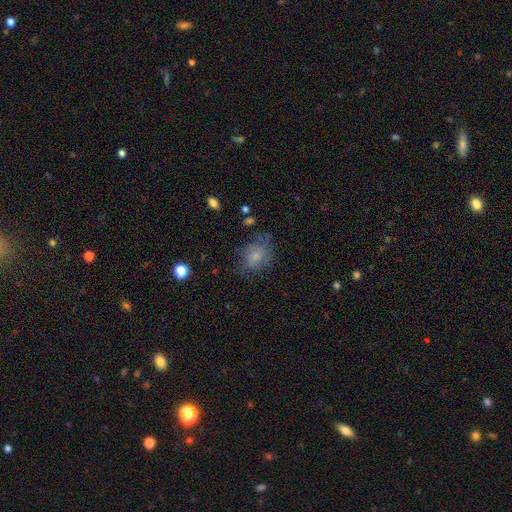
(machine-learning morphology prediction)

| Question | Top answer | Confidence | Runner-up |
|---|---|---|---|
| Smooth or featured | smooth | 64% | featured or disk (26%) |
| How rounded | round | 54% | in between (45%) |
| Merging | none | 59% | minor disturbance (26%) |